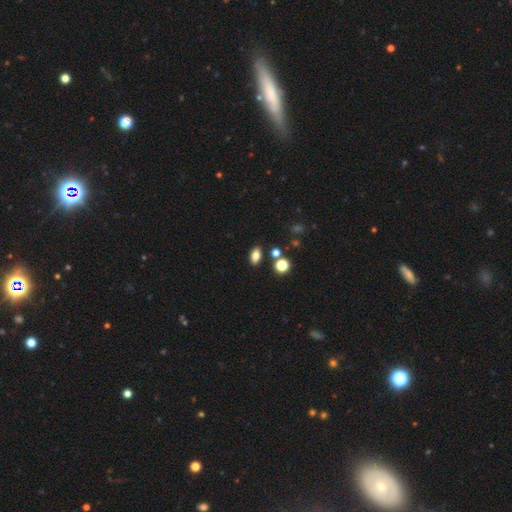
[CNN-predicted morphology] This appears to be a smooth galaxy with no disk features (79%) that is in between round and cigar-shaped (84%). Merging: none (82%).